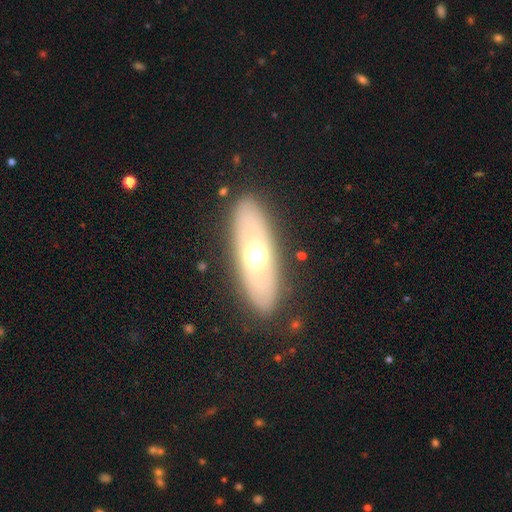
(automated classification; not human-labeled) The model was most divided on "smooth or featured": smooth: 50%, featured or disk: 42%, star or artifact: 8%. More confident: merging — none (86%).